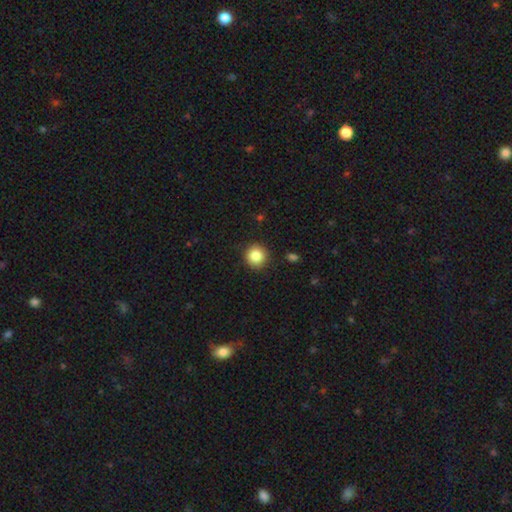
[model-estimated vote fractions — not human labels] smooth 86%, star or artifact 10%, featured or disk 5%. Down the decision tree: how rounded — round (93%); merging — none (90%).